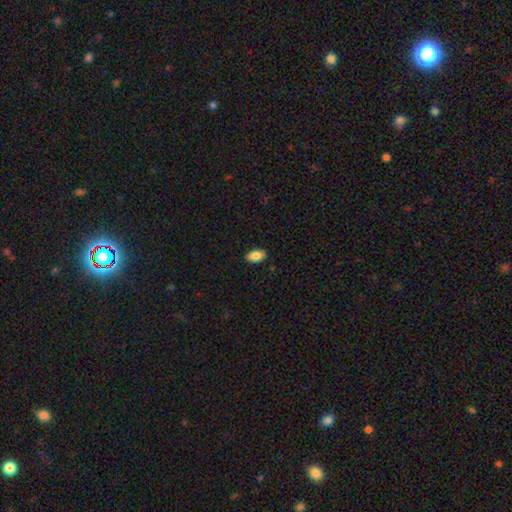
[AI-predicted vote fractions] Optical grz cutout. It shows a smooth galaxy with no disk features (86%) that is in between round and cigar-shaped (93%). Merging: none (89%).